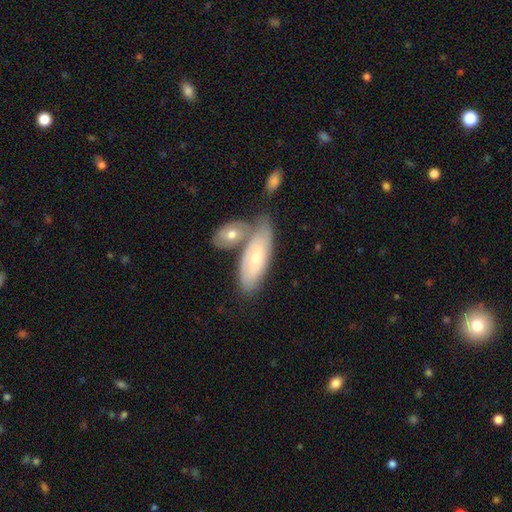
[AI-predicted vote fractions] smooth_or_featured: smooth (p=0.55) [alt: featured or disk p=0.40]
how_rounded: in between (p=0.75) [alt: cigar-shaped p=0.23]
merging: none (p=0.46) [alt: merger p=0.34]